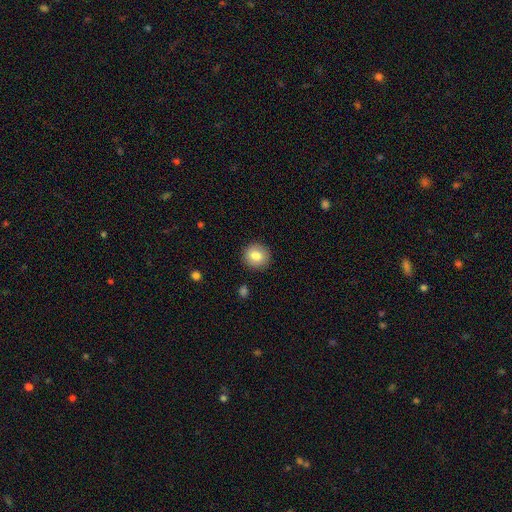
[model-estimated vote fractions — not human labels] A smooth galaxy with no disk features (82%) that is round (91%).

Vote fractions:
- Smooth or featured? smooth: 82% / featured or disk: 10% / star or artifact: 9%
- How rounded? round: 91% / in between: 8% / cigar-shaped: 1%
- Merging? none: 91% / minor disturbance: 6% / major disturbance: 2% / merger: 1%